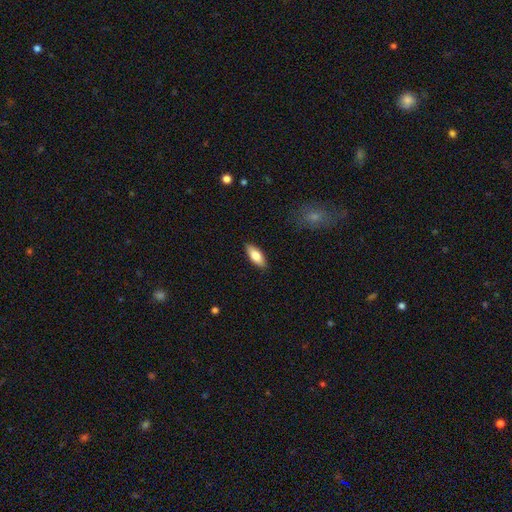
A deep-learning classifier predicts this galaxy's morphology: Smooth or featured?
  - smooth: 77% *
  - featured or disk: 17%
  - star or artifact: 6%
How rounded?
  - in between: 77% *
  - cigar-shaped: 21%
  - round: 2%
Merging?
  - none: 88% *
  - minor disturbance: 9%
  - major disturbance: 2%
  - merger: 1%